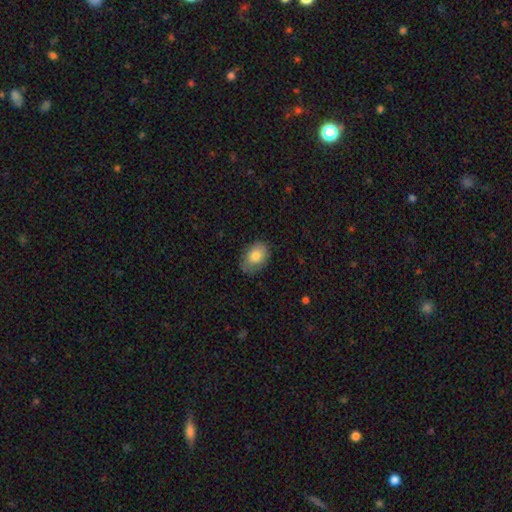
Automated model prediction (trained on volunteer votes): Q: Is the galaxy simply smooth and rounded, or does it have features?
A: smooth — 82%.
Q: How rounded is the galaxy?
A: in between — 78%.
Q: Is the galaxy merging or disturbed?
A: none — 74%.